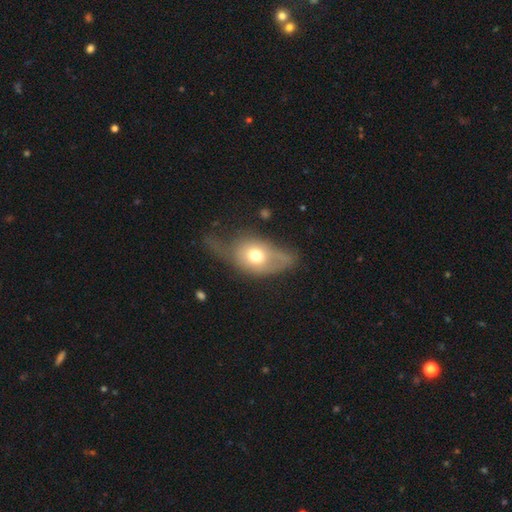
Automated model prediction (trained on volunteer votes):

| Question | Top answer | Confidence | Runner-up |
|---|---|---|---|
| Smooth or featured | smooth | 60% | featured or disk (32%) |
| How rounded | in between | 74% | round (23%) |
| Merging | major disturbance | 42% | minor disturbance (30%) |